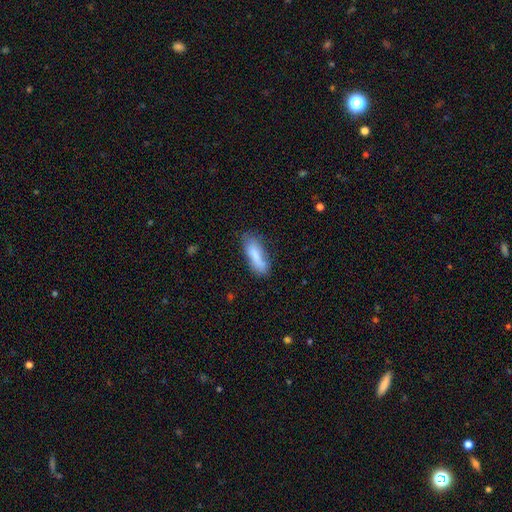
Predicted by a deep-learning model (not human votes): Q: Smooth or featured?
A: smooth (77%); runner-up: featured or disk (15%)
Q: How rounded?
A: in between (55%); runner-up: cigar-shaped (43%)
Q: Merging?
A: none (57%); runner-up: minor disturbance (28%)